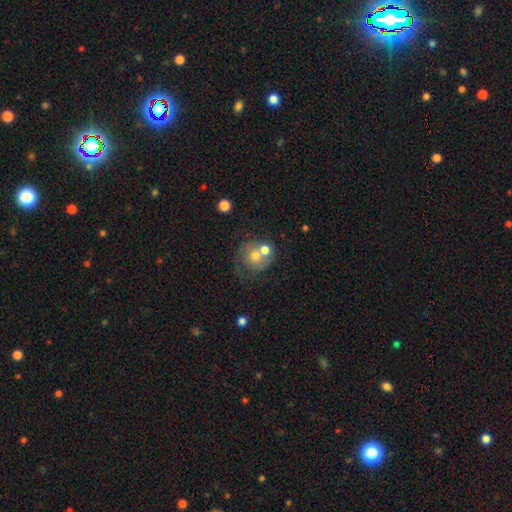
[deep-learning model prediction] Q: Smooth or featured?
A: smooth (55%); runner-up: featured or disk (36%)
Q: How rounded?
A: round (81%); runner-up: in between (18%)
Q: Merging?
A: merger (41%); runner-up: none (33%)